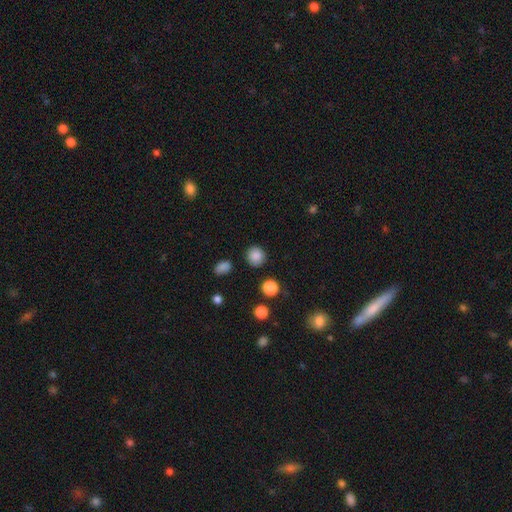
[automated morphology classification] smooth_or_featured: smooth (p=0.86) [alt: star or artifact p=0.11]
how_rounded: round (p=0.91) [alt: in between p=0.08]
merging: none (p=0.88) [alt: minor disturbance p=0.07]